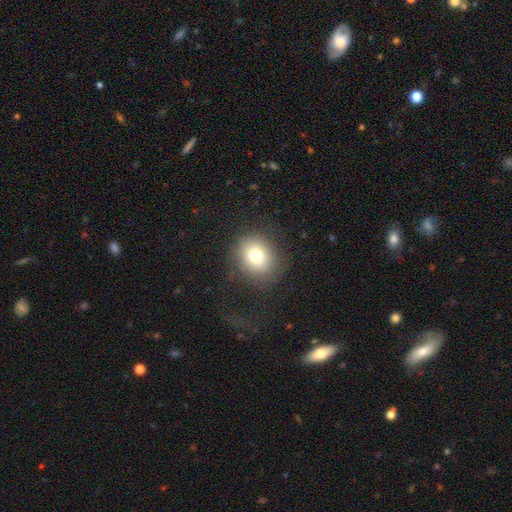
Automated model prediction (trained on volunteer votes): Q: Smooth or featured?
A: smooth (74%); runner-up: star or artifact (14%)
Q: How rounded?
A: round (76%); runner-up: in between (23%)
Q: Merging?
A: none (79%); runner-up: minor disturbance (11%)